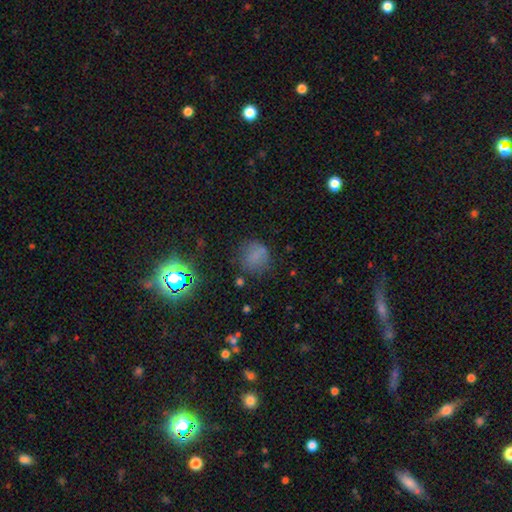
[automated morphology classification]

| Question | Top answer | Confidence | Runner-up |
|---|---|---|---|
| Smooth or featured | smooth | 65% | star or artifact (23%) |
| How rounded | round | 78% | in between (20%) |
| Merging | none | 66% | minor disturbance (21%) |